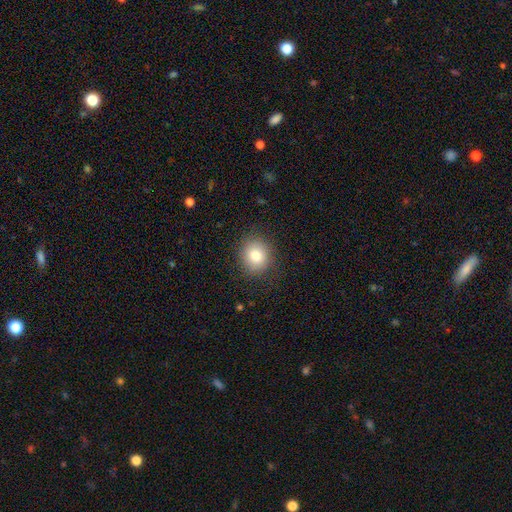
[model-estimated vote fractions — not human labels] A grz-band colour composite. It shows a smooth galaxy with no disk features (81%) that is round (77%). Merging: none (86%).